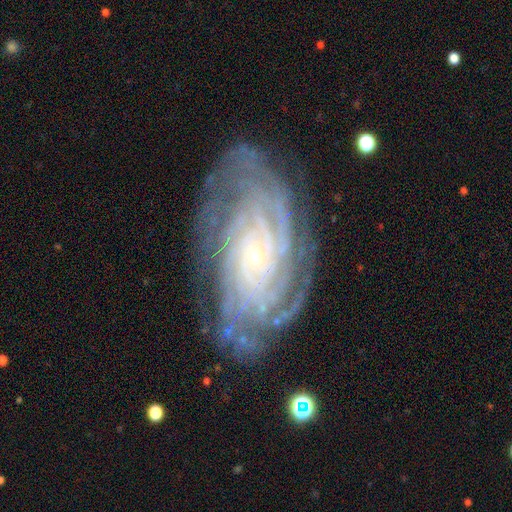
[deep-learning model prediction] smooth-or-featured: featured or disk: 89% | star or artifact: 6% | smooth: 5%
  disk-edge-on: no: 96% | yes: 4%
    bar: no: 73% | weak: 19% | strong: 8%
    has-spiral-arms: yes: 98% | no: 2%
      spiral-winding: tight: 83% | medium: 14% | loose: 3%
      spiral-arm-count: more than 4: 30% | 4: 23% | can't tell: 21% | 3: 10% | 2: 8% | 1: 7%
    bulge-size: small: 86% | moderate: 10% | none: 2% | large: 1% | dominant: 1%
  merging: none: 79% | minor disturbance: 15% | major disturbance: 5% | merger: 2%